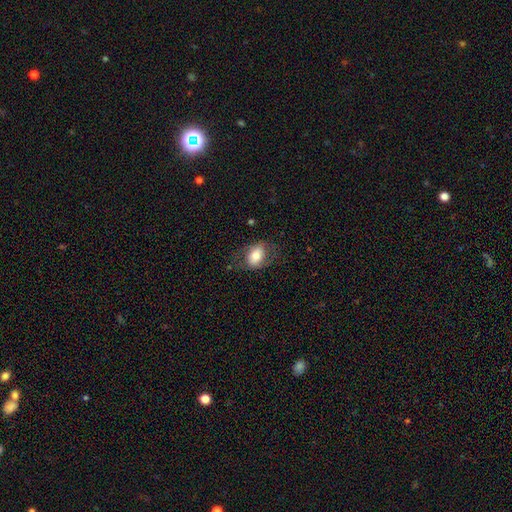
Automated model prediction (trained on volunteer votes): Overall: smooth (64%; featured or disk 29%). How rounded: in between (79%). Merging: none (64%).